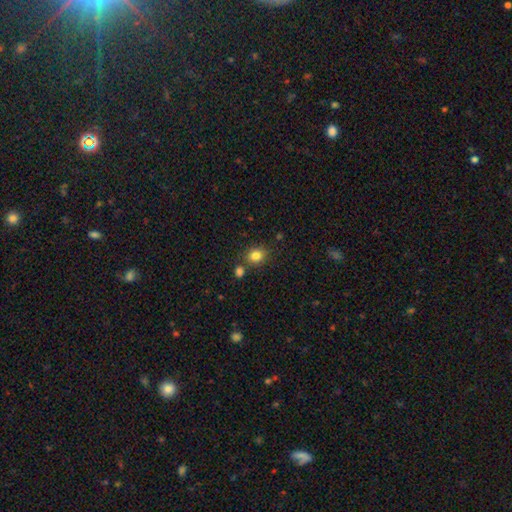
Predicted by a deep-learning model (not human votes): The model was most divided on "how rounded": round: 65%, in between: 34%, cigar-shaped: 1%. More confident: smooth or featured — smooth (82%); merging — none (75%).